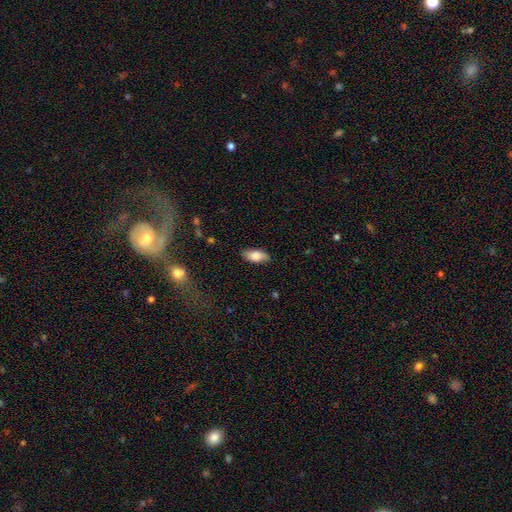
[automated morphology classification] This is likely a smooth galaxy (78%). How rounded: clearly in between (87%). Merging: clearly none (84%).